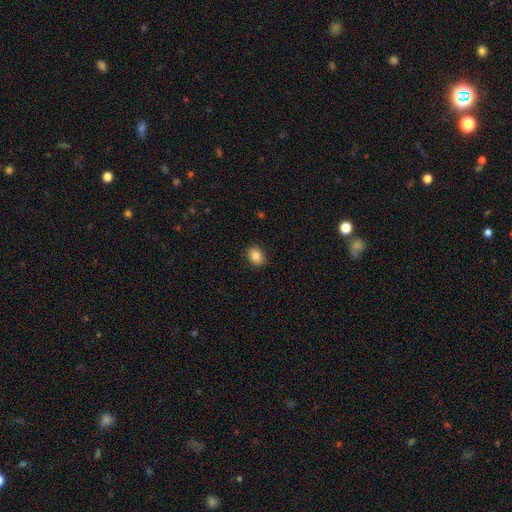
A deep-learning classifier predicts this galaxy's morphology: This appears to be a smooth galaxy with no disk features (86%) that is in between round and cigar-shaped (62%). Merging: none (89%).